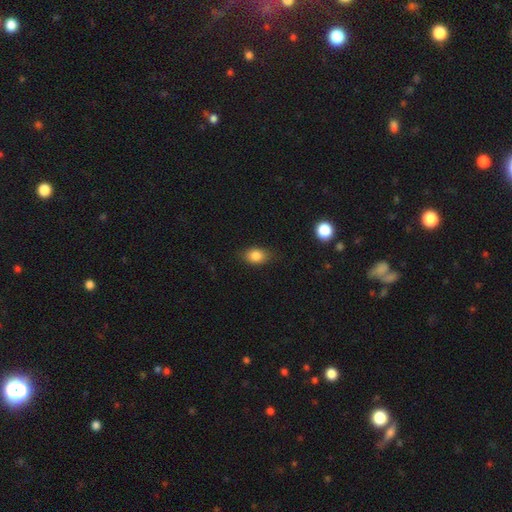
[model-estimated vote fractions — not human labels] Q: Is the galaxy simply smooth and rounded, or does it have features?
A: smooth — 83%.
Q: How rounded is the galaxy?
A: in between — 75%.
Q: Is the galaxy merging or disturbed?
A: none — 79%.